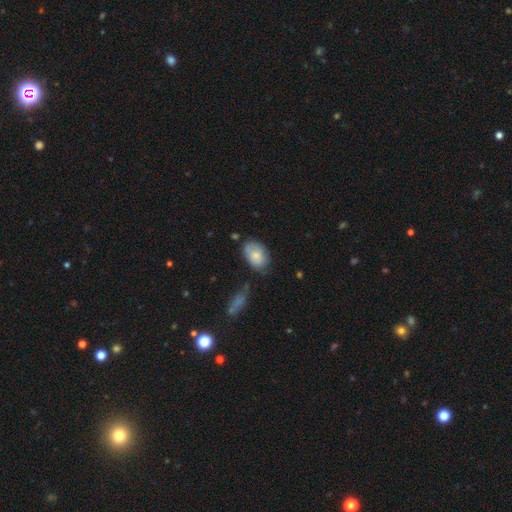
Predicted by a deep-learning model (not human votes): The model was most divided on "merging": none: 59%, minor disturbance: 28%, major disturbance: 7%, merger: 5%. More confident: how rounded — in between (87%); smooth or featured — smooth (75%).